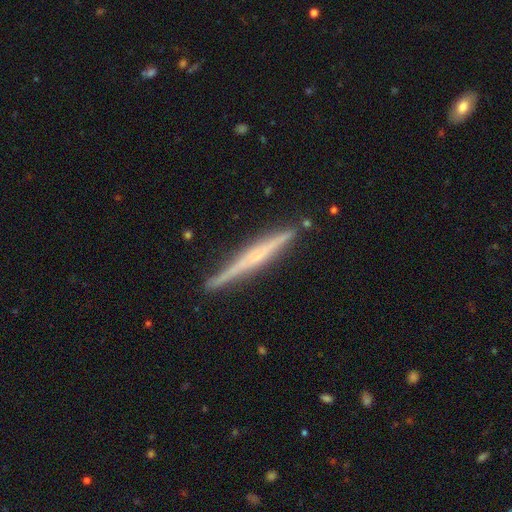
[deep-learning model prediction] Smooth or featured? featured or disk (70%)
Edge-on disk? yes (98%)
Edge-on bulge? none (47%)
Merging? none (87%)